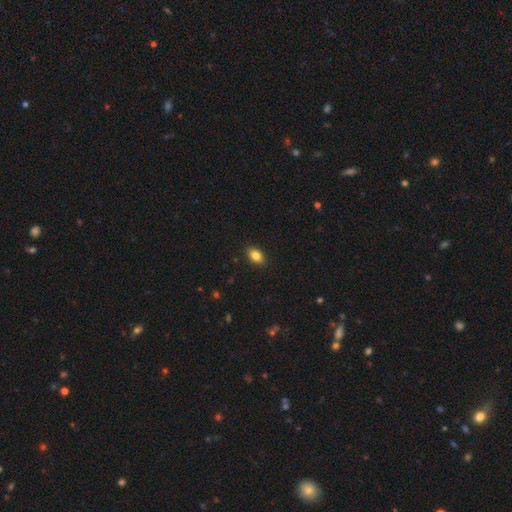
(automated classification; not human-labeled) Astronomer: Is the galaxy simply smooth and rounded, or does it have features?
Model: smooth — 85%.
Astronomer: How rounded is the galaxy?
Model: in between — 87%.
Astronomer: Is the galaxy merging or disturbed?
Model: none — 89%.